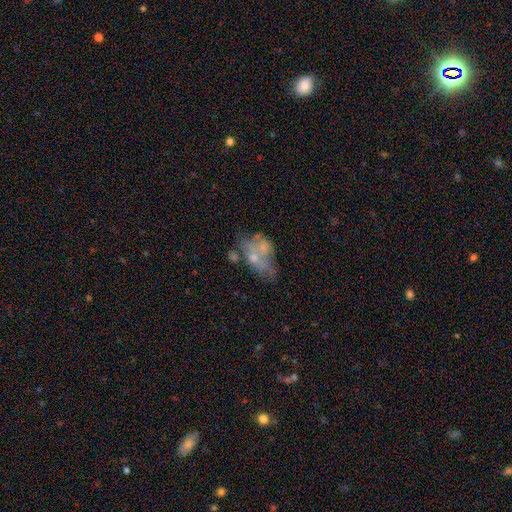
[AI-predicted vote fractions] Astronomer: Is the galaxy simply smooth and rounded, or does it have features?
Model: featured or disk — 49% (runner-up: smooth, 39%).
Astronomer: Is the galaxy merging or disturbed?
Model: merger — 32% (runner-up: none, 25%).